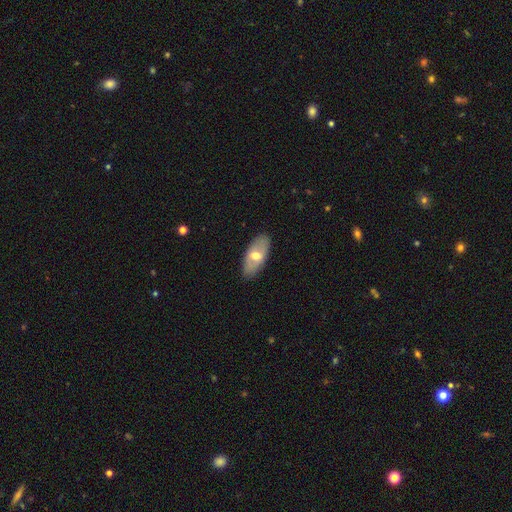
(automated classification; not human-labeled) Overall: smooth (57%; featured or disk 37%). How rounded: in between (90%). Merging: none (85%).